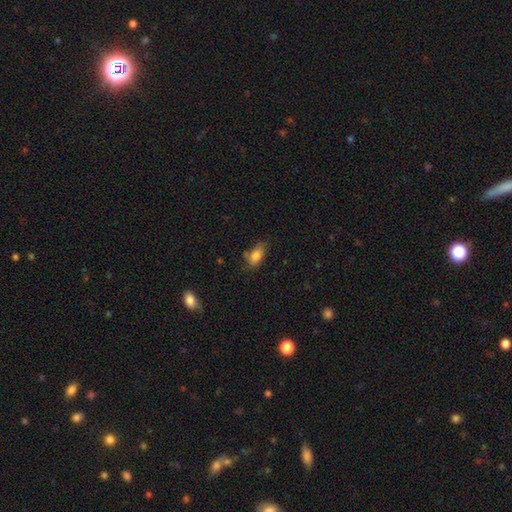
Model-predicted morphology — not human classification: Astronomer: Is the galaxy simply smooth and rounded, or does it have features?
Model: smooth — 82%.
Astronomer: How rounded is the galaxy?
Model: in between — 87%.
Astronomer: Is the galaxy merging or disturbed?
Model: none — 65%.